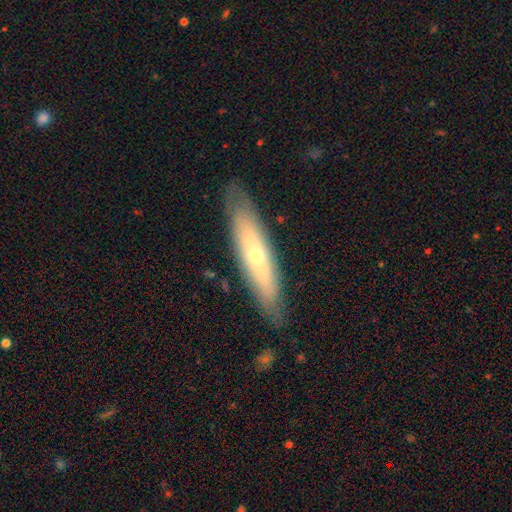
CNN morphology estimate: type=featured or disk (50%); edge-on=yes (55%); merging=none (83%).